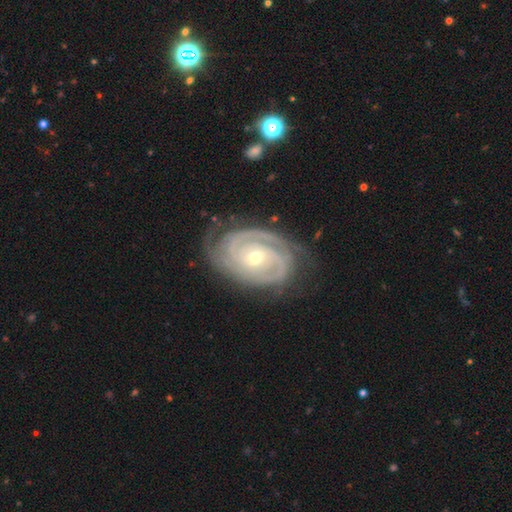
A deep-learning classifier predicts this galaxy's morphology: A featured or disk galaxy (91%) with no bar (60%), 2 (39%) tight (80%) spiral arms (98%) and a small central bulge (55%).

Vote fractions:
- Smooth or featured? featured or disk: 91% / star or artifact: 5% / smooth: 4%
- Edge-on disk? no: 97% / yes: 3%
- Bar? no: 60% / weak: 28% / strong: 12%
- Spiral arms? yes: 98% / no: 2%
- Spiral winding? tight: 80% / medium: 17% / loose: 3%
- Spiral arm count? 2: 39% / 3: 28% / can't tell: 15% / 4: 8% / 1: 5% / more than 4: 5%
- Bulge size? small: 55% / moderate: 42% / large: 1% / none: 1% / dominant: 1%
- Merging? none: 74% / minor disturbance: 18% / major disturbance: 6% / merger: 1%